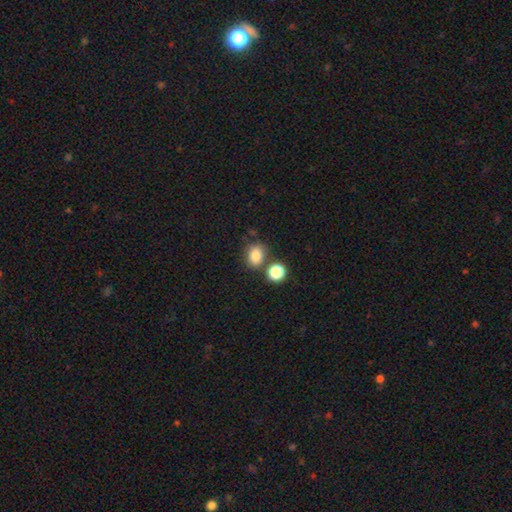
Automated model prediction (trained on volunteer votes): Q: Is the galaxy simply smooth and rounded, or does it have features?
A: smooth — 82%.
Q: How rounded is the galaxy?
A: in between — 55%.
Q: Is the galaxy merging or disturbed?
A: none — 67%.